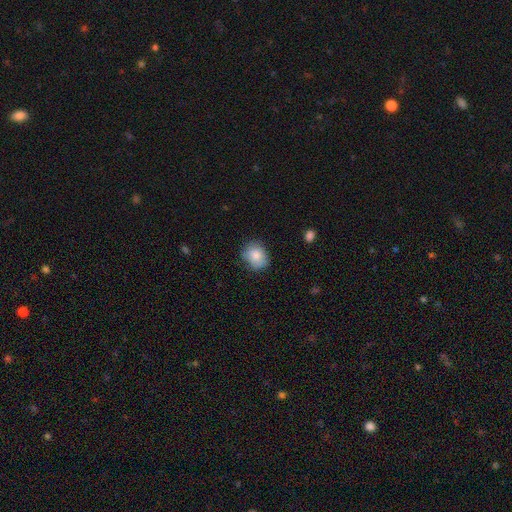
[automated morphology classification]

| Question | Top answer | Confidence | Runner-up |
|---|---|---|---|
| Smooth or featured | smooth | 84% | featured or disk (9%) |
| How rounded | round | 62% | in between (37%) |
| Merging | none | 72% | minor disturbance (22%) |